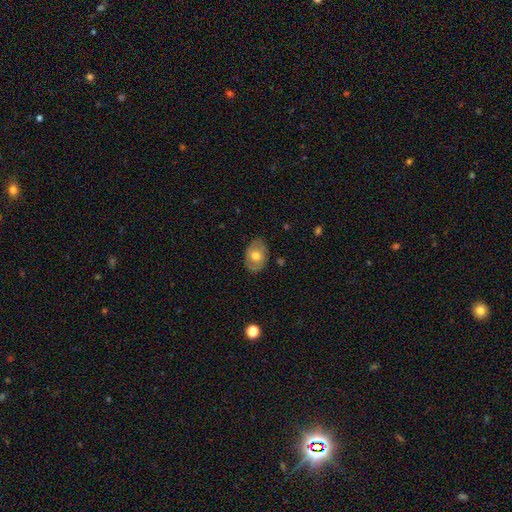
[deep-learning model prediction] Morphology: type=smooth (57%); roundness=in between (77%); merging=none (80%).